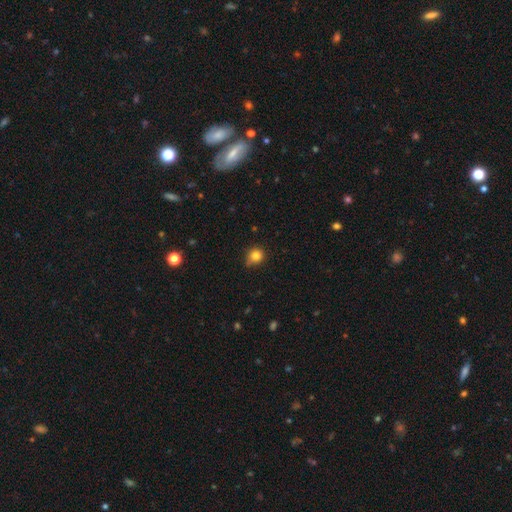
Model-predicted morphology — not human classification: Smooth or featured? smooth (82%)
How rounded? round (82%)
Merging? none (70%)